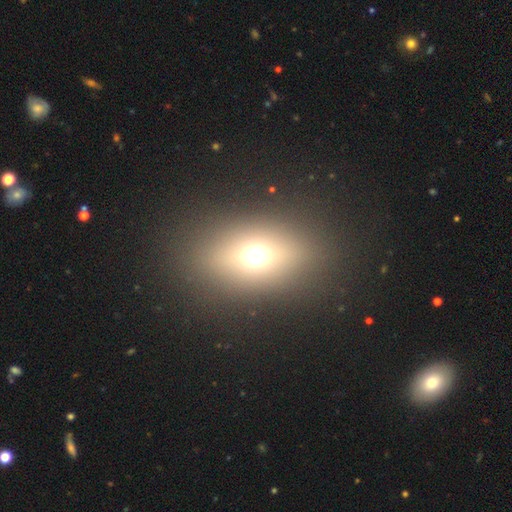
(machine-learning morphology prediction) This appears to be a smooth galaxy with no disk features (62%) that is in between round and cigar-shaped (69%). Merging: none (86%).